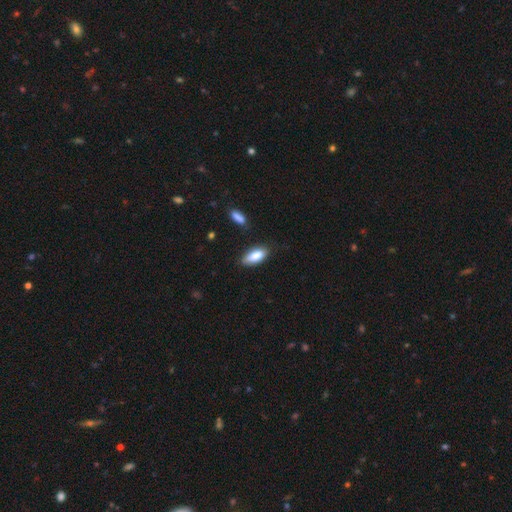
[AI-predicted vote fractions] Smooth or featured: smooth — 82% (featured or disk — 11%)
How rounded: in between — 80% (cigar-shaped — 18%)
Merging: none — 76% (minor disturbance — 18%)